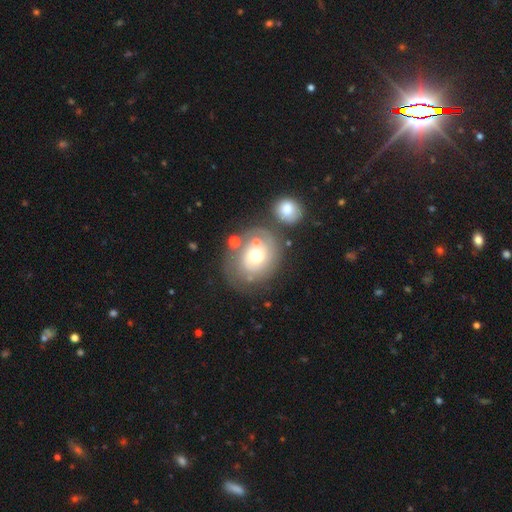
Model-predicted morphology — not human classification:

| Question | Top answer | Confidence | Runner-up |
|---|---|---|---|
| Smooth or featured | featured or disk | 57% | smooth (35%) |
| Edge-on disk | no | 96% | yes (4%) |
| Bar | no | 81% | weak (16%) |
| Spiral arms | yes | 68% | no (32%) |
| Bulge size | moderate | 68% | small (18%) |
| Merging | none | 53% | merger (18%) |